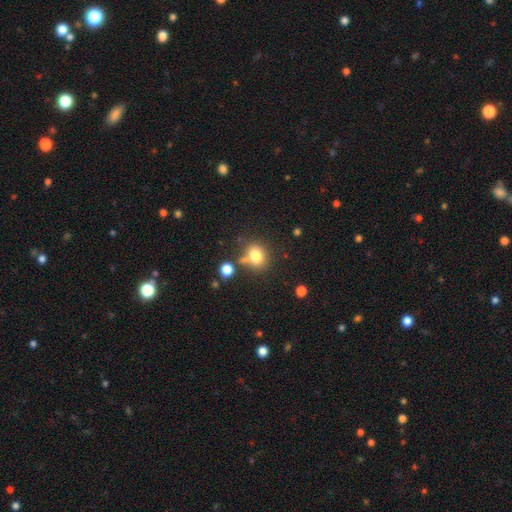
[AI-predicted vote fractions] Morphology: type=smooth (78%); roundness=round (57%); merging=none (62%).